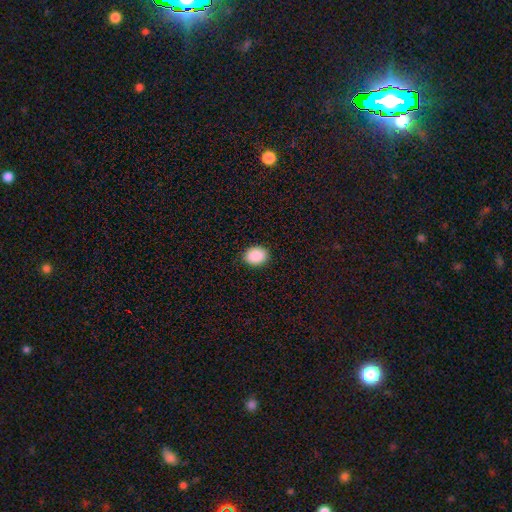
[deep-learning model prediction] This is clearly a smooth galaxy (90%). How rounded: possibly in between (57%). Merging: clearly none (90%).